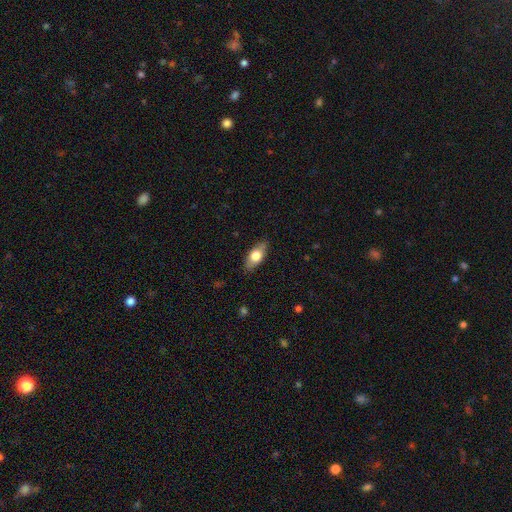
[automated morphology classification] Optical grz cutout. It shows a smooth galaxy with no disk features (71%) that is in between round and cigar-shaped (86%). Merging: none (86%).